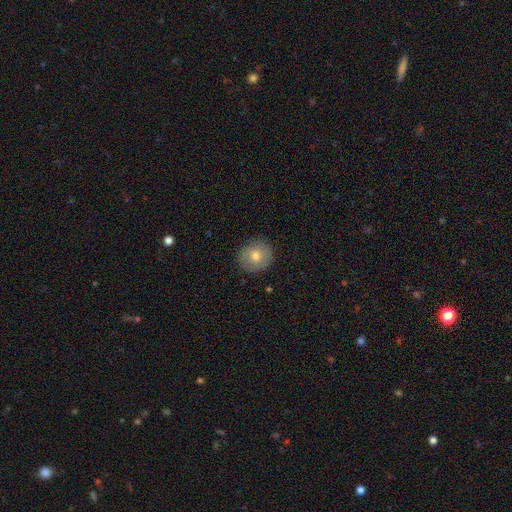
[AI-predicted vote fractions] Smooth or featured?
  - smooth: 72% *
  - featured or disk: 19%
  - star or artifact: 9%
How rounded?
  - round: 89% *
  - in between: 10%
  - cigar-shaped: 1%
Merging?
  - none: 88% *
  - minor disturbance: 9%
  - major disturbance: 2%
  - merger: 1%